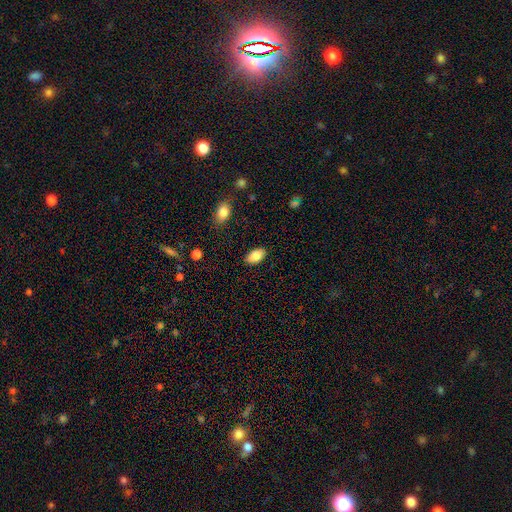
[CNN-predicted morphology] Smooth or featured? smooth (85%)
How rounded? in between (94%)
Merging? none (88%)